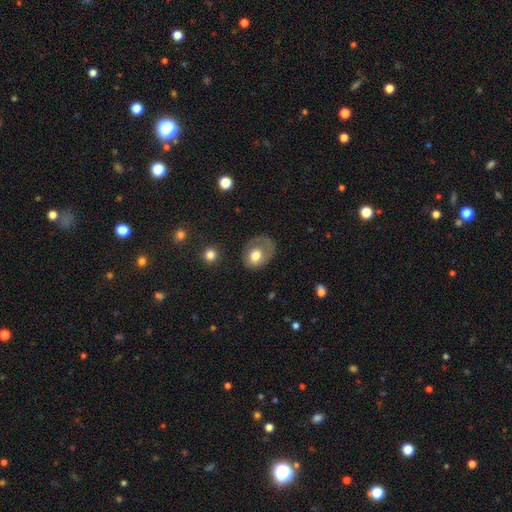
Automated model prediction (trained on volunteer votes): This appears to be a smooth galaxy with no disk features (64%) that is in between round and cigar-shaped (57%). Merging: none (47%).